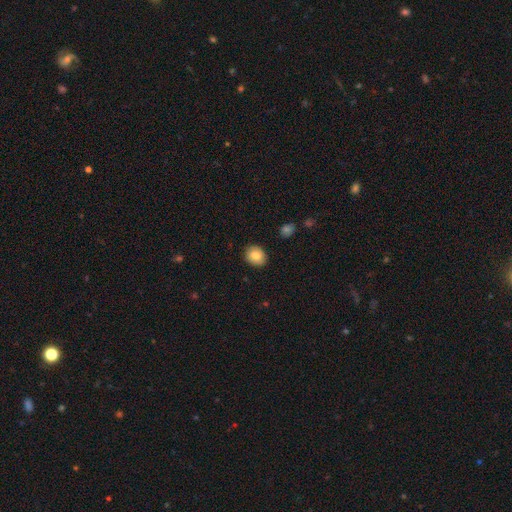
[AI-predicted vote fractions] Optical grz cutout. It shows a smooth galaxy with no disk features (82%) that is round (68%). Merging: none (88%).